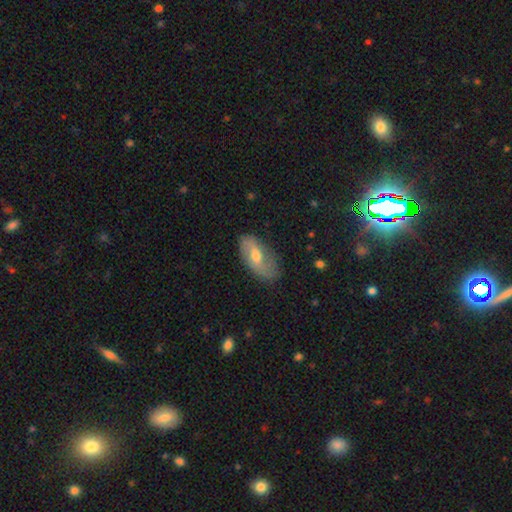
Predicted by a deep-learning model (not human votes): smooth-or-featured: featured or disk: 54% | smooth: 37% | star or artifact: 9%
  disk-edge-on: no: 87% | yes: 13%
  merging: none: 75% | minor disturbance: 18% | major disturbance: 5% | merger: 1%